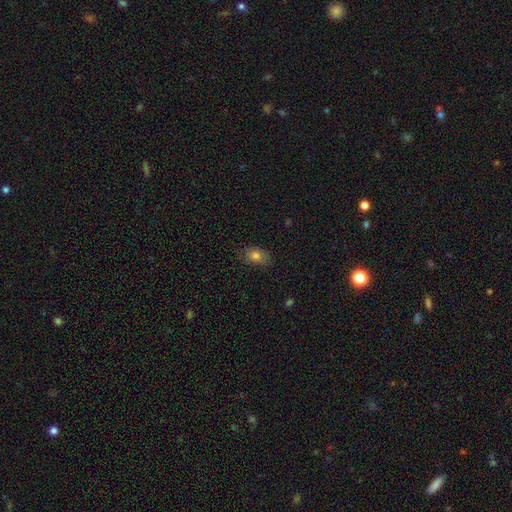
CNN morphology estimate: Overall: smooth (79%). How rounded: in between (78%). Merging: none (79%).